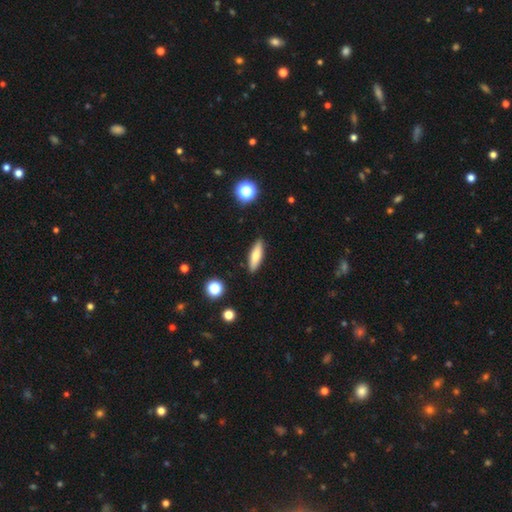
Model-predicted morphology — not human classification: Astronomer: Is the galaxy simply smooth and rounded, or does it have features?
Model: smooth — 70%.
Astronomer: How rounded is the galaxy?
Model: cigar-shaped — 56% (runner-up: in between, 41%).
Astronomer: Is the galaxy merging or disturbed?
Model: none — 89%.